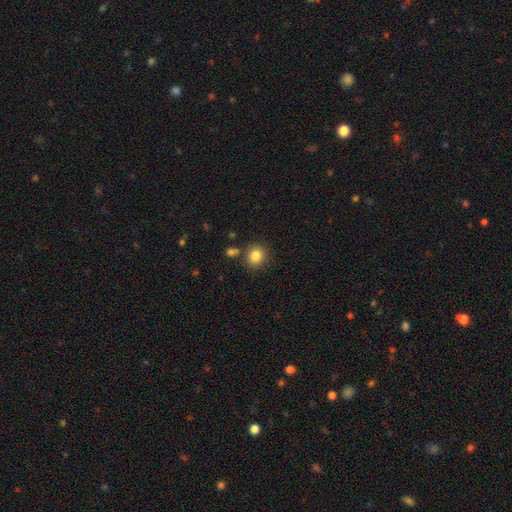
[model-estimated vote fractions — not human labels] Morphology: type=smooth (84%); roundness=round (79%); merging=none (78%).